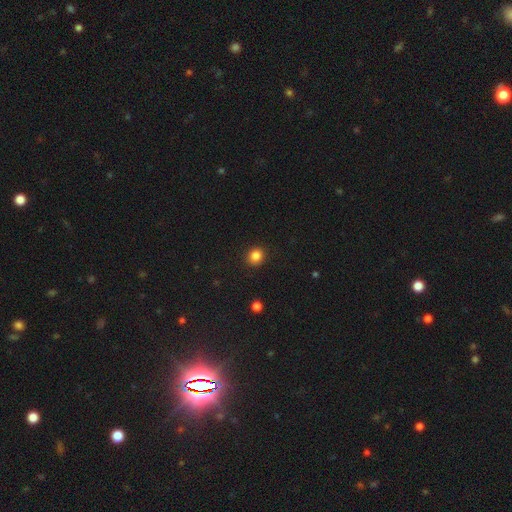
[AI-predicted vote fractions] This is clearly a smooth galaxy (85%). How rounded: clearly round (82%). Merging: clearly none (91%).